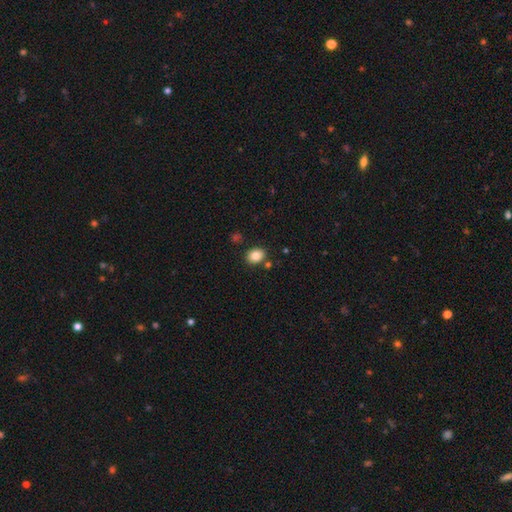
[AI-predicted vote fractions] Q: Smooth or featured?
A: smooth (84%); runner-up: star or artifact (9%)
Q: How rounded?
A: in between (60%); runner-up: round (39%)
Q: Merging?
A: none (82%); runner-up: minor disturbance (9%)